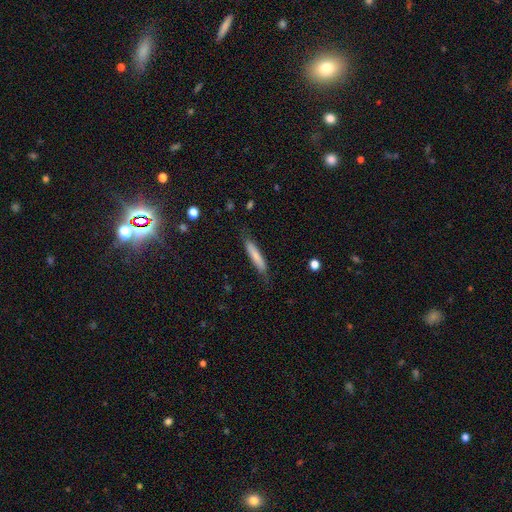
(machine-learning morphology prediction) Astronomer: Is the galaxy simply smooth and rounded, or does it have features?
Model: smooth — 77%.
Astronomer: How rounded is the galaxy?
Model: cigar-shaped — 90%.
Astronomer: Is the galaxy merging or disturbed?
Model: none — 80%.